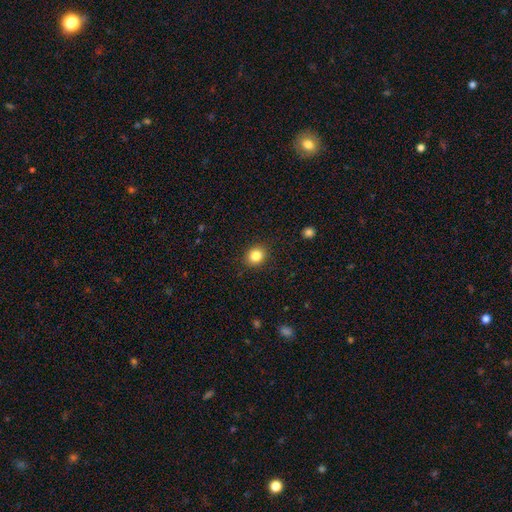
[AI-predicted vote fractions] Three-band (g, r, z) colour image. It shows a smooth galaxy with no disk features (84%) that is round (68%). Merging: none (89%).